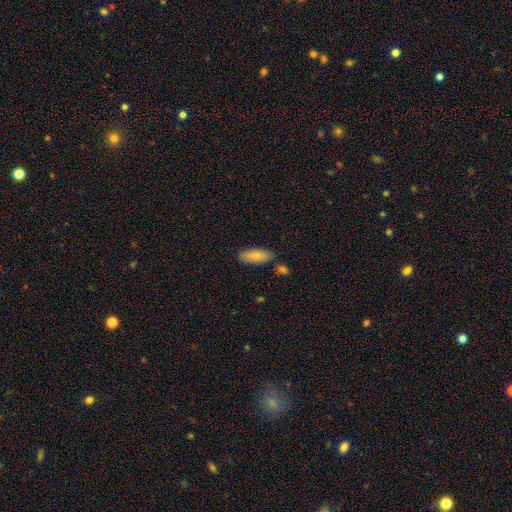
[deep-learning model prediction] This is clearly a smooth galaxy (81%). How rounded: likely in between (75%). Merging: likely none (78%).